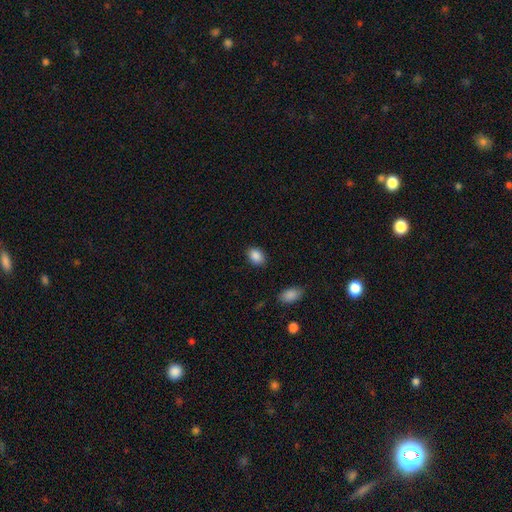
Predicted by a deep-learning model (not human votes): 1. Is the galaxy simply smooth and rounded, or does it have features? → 88% smooth, 8% star or artifact, 3% featured or disk.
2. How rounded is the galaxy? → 76% in between, 23% round, 1% cigar-shaped.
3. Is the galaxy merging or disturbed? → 86% none, 10% minor disturbance, 3% major disturbance, 2% merger.